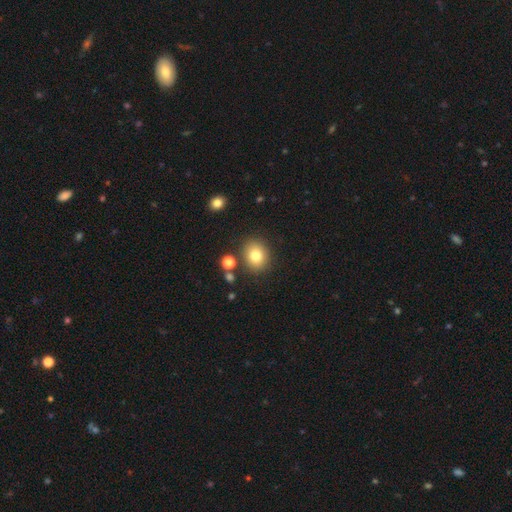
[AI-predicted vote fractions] Overall: smooth (79%). How rounded: round (68%; in between 31%). Merging: none (83%).